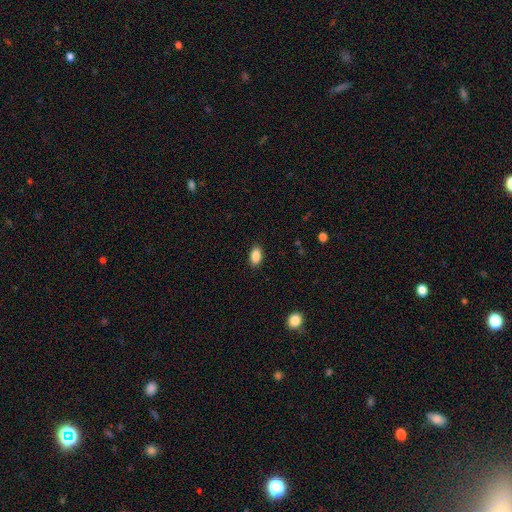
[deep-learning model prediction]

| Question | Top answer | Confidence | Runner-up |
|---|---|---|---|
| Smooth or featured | smooth | 88% | star or artifact (8%) |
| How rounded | in between | 92% | round (5%) |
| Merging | none | 89% | minor disturbance (8%) |